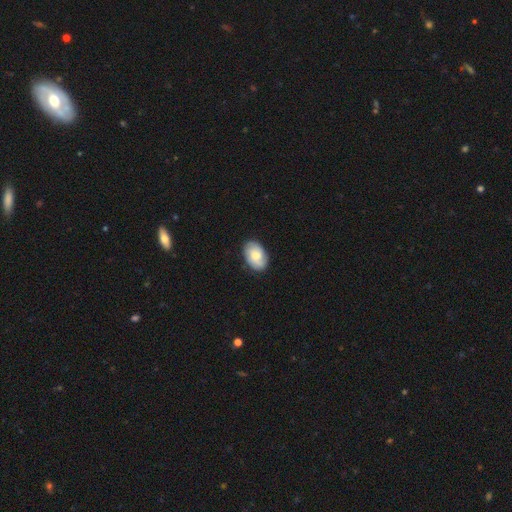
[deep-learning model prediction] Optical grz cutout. It shows a smooth galaxy with no disk features (60%) that is in between round and cigar-shaped (88%). Merging: none (84%).